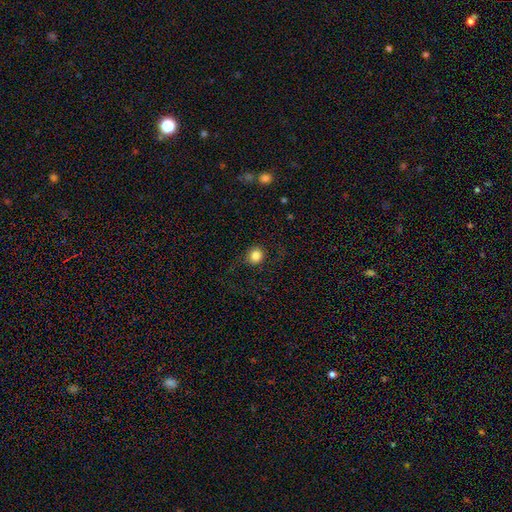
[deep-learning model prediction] smooth 82%, star or artifact 10%, featured or disk 7%. Down the decision tree: how rounded — round (87%); merging — none (85%).